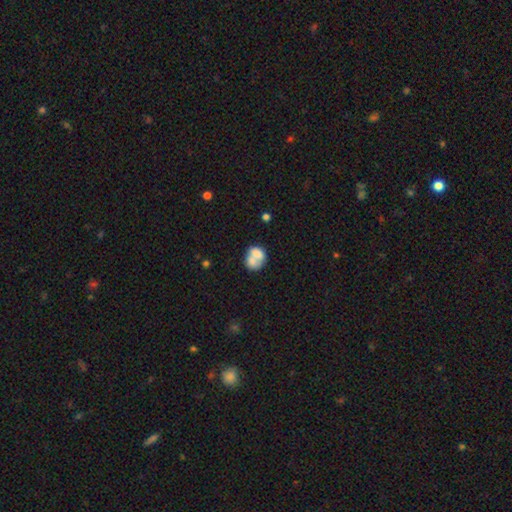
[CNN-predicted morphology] Smooth or featured? Predicted: smooth (p=0.66). How rounded? Predicted: round (p=0.52). Merging? Predicted: merger (p=0.50).